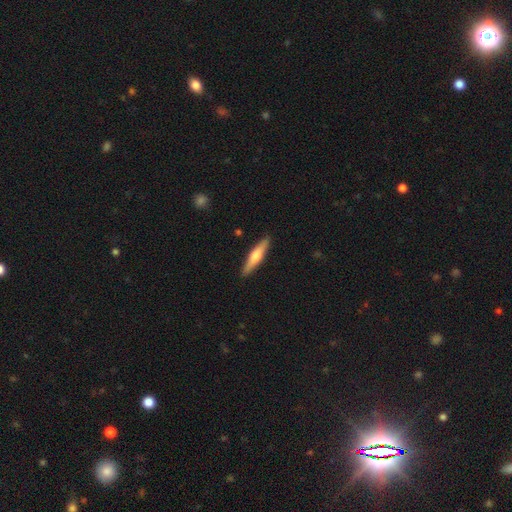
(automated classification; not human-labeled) Morphology: type=smooth (53%); roundness=cigar-shaped (85%); merging=none (90%).